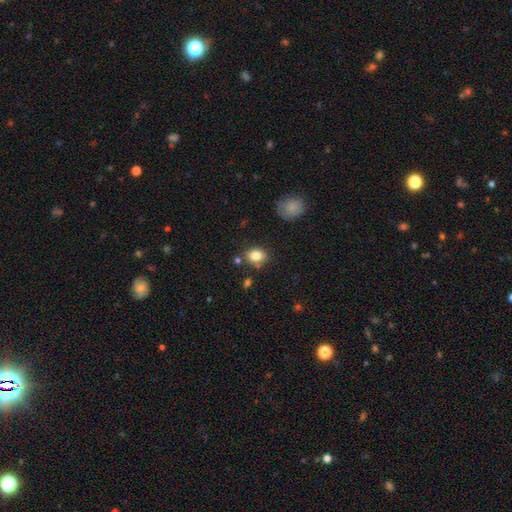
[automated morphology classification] This is clearly a smooth galaxy (82%). How rounded: likely in between (60%). Merging: likely none (75%).